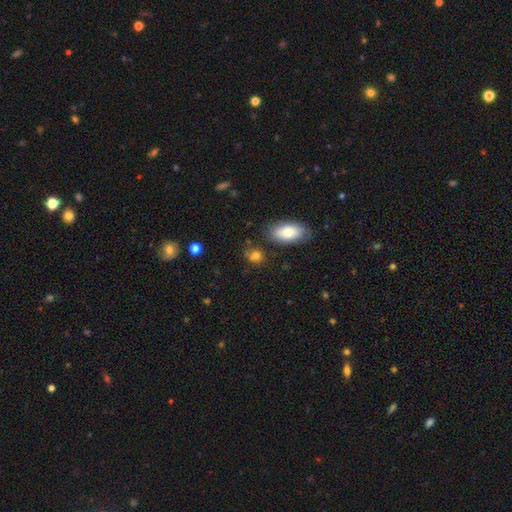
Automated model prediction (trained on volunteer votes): Smooth or featured: smooth — 77% (star or artifact — 14%)
How rounded: round — 55% (in between — 42%)
Merging: none — 65% (minor disturbance — 17%)